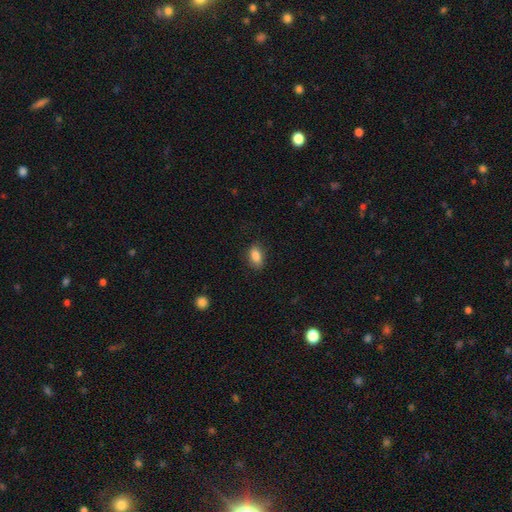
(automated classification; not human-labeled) smooth 86%, star or artifact 8%, featured or disk 6%. Down the decision tree: how rounded — in between (87%); merging — none (84%).